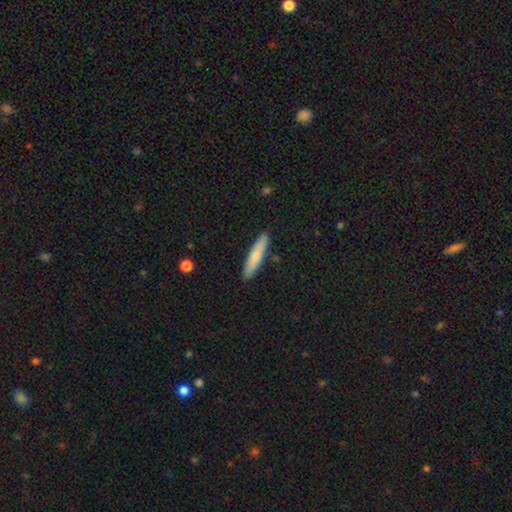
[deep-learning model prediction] Smooth or featured: smooth — 76% (featured or disk — 19%)
How rounded: cigar-shaped — 88% (in between — 11%)
Merging: none — 89% (minor disturbance — 8%)